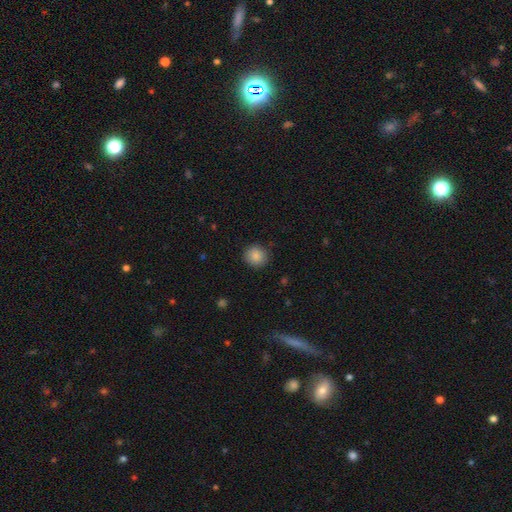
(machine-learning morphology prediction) Smooth or featured: smooth — 86% (star or artifact — 9%)
How rounded: round — 87% (in between — 12%)
Merging: none — 88% (minor disturbance — 8%)